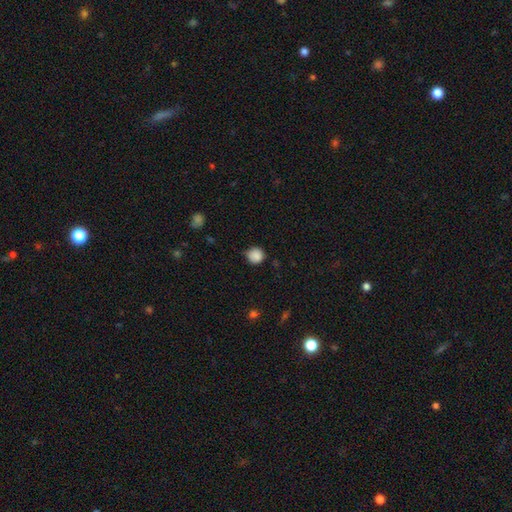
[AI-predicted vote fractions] smooth 87%, star or artifact 10%, featured or disk 4%. Down the decision tree: how rounded — round (92%); merging — none (74%).